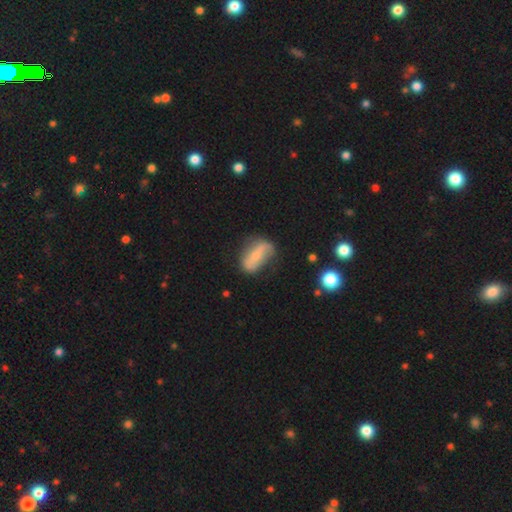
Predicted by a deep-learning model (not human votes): The model was most divided on "smooth or featured": featured or disk: 53%, smooth: 39%, star or artifact: 8%. More confident: edge-on disk — no (85%); merging — none (56%).